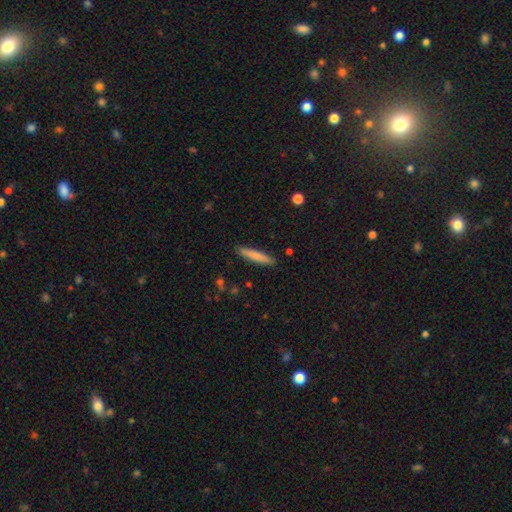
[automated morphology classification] Smooth or featured? Predicted: smooth (p=0.78). How rounded? Predicted: cigar-shaped (p=0.92). Merging? Predicted: none (p=0.89).